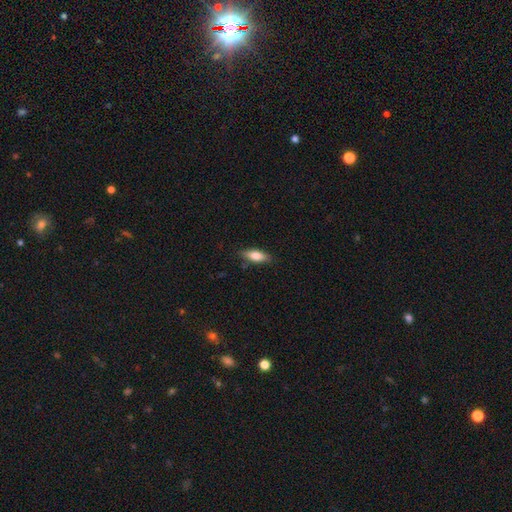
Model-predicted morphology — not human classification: A smooth galaxy with no disk features (76%) that is in between round and cigar-shaped (70%). Merging: none (83%).